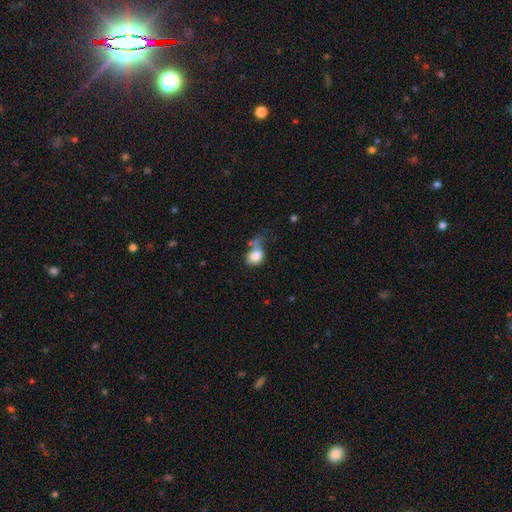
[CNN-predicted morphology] This is likely a smooth galaxy (80%). How rounded: possibly in between (57%). Merging: marginally none (30%).